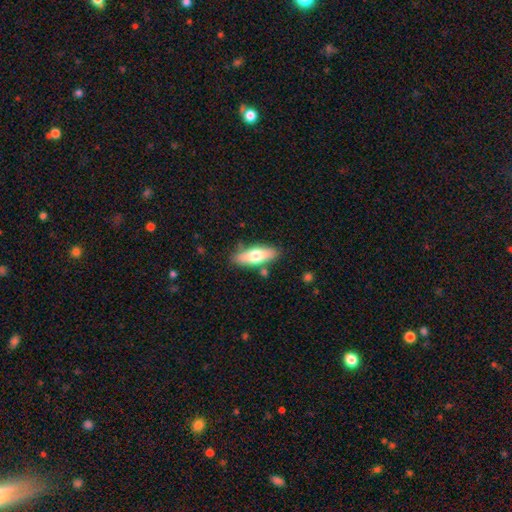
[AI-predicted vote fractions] A smooth galaxy with no disk features (65%) that is in between round and cigar-shaped (62%).

Vote fractions:
- Smooth or featured? smooth: 65% / featured or disk: 30% / star or artifact: 6%
- How rounded? in between: 62% / cigar-shaped: 36% / round: 3%
- Merging? none: 82% / minor disturbance: 12% / merger: 4% / major disturbance: 3%